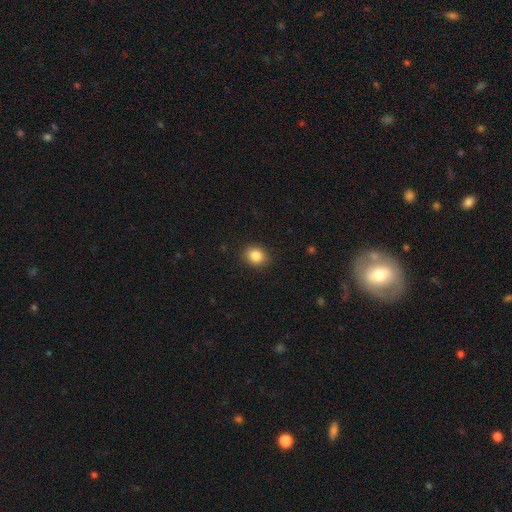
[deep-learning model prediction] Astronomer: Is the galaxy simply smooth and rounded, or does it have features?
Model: smooth — 84%.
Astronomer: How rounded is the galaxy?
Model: round — 58% (runner-up: in between, 41%).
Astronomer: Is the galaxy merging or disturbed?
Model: none — 89%.